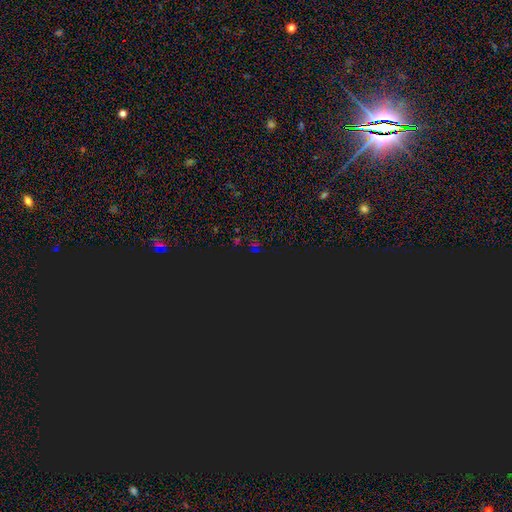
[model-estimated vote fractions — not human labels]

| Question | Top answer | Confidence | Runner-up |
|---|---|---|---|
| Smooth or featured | star or artifact | 79% | smooth (14%) |